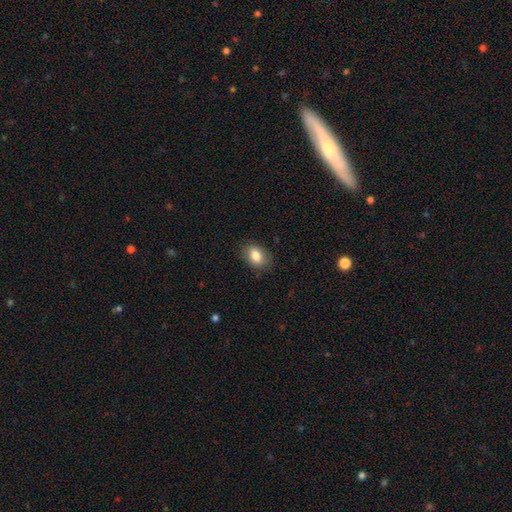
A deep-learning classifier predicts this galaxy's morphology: Q: Smooth or featured?
A: smooth (84%); runner-up: featured or disk (8%)
Q: How rounded?
A: in between (83%); runner-up: round (16%)
Q: Merging?
A: none (84%); runner-up: minor disturbance (12%)